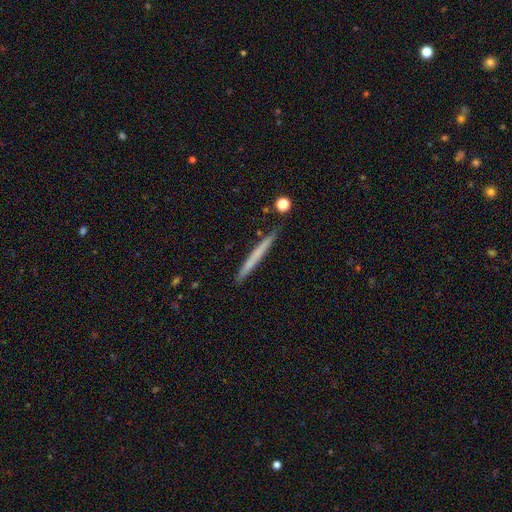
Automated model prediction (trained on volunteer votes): smooth 59%, featured or disk 35%, star or artifact 6%. Down the decision tree: how rounded — cigar-shaped (97%); merging — none (88%).